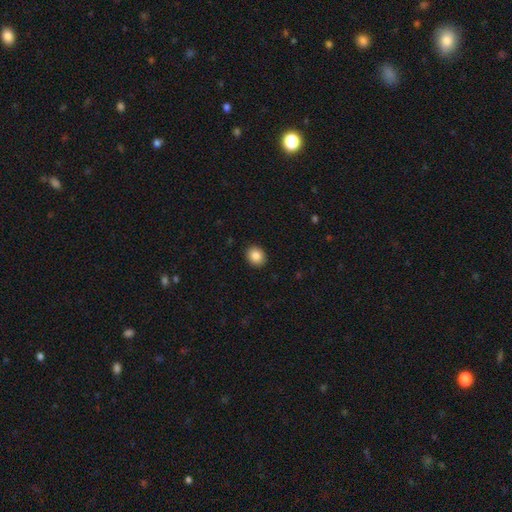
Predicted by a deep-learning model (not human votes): Smooth or featured: smooth — 87% (star or artifact — 9%)
How rounded: round — 61% (in between — 39%)
Merging: none — 91% (minor disturbance — 6%)